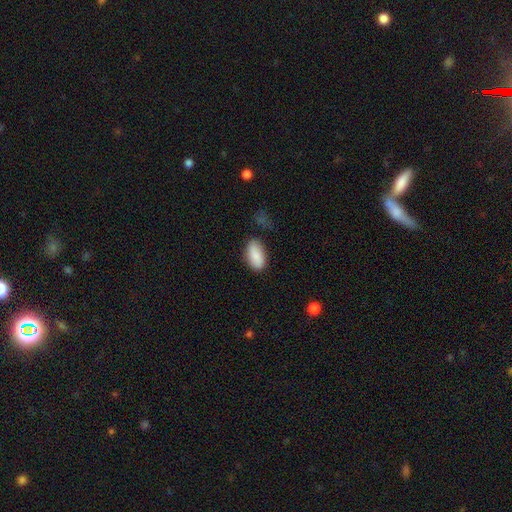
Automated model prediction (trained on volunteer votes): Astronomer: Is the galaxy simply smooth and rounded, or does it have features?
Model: smooth — 89%.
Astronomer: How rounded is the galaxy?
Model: in between — 93%.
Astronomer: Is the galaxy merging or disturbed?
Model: none — 79%.